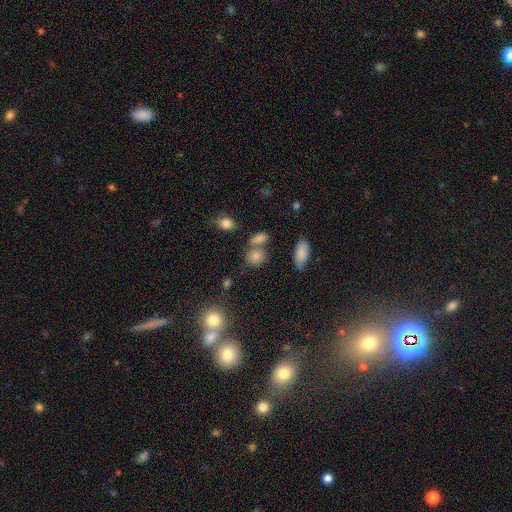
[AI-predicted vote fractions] smooth_or_featured: smooth (p=0.74) [alt: star or artifact p=0.17]
how_rounded: round (p=0.61) [alt: in between p=0.36]
merging: none (p=0.61) [alt: merger p=0.20]